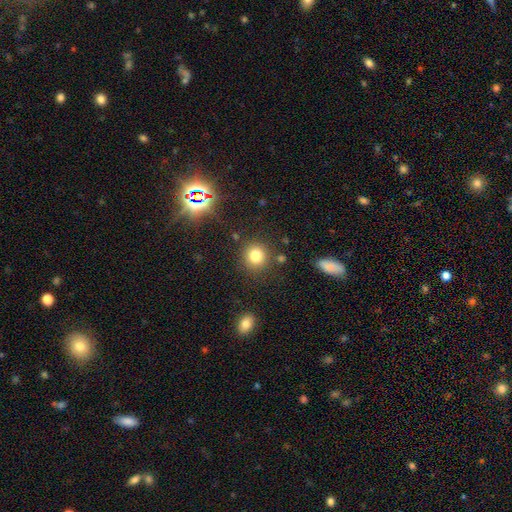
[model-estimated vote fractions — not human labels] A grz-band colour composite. It shows a smooth galaxy with no disk features (80%) that is round (90%). Merging: none (85%).